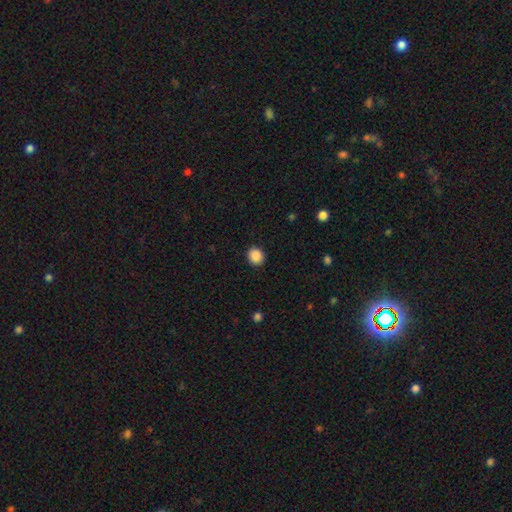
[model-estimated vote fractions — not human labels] Morphology: type=smooth (89%); roundness=round (75%); merging=none (90%).